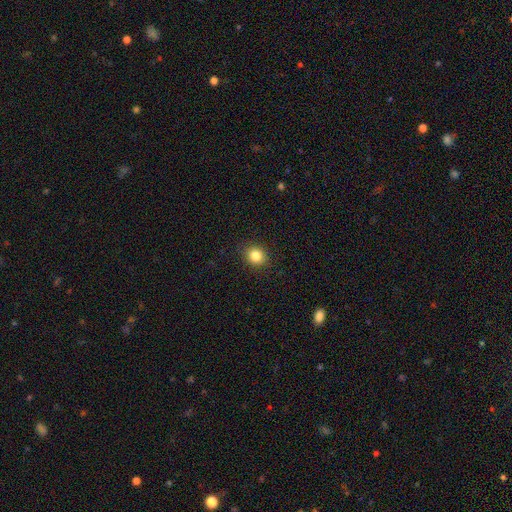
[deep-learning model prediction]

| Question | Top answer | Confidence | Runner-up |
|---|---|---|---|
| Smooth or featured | smooth | 83% | star or artifact (11%) |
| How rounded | round | 74% | in between (25%) |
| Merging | none | 90% | minor disturbance (7%) |